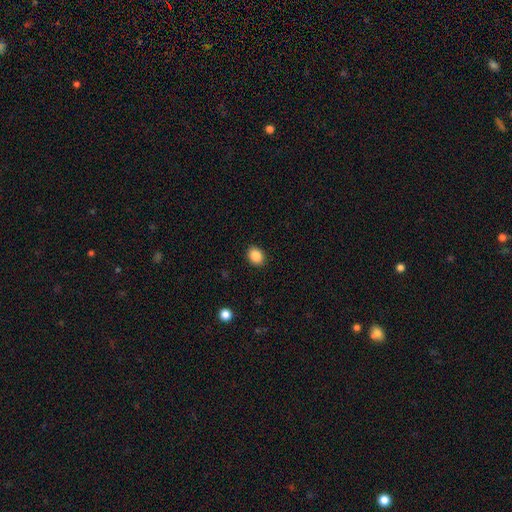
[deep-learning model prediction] This is clearly a smooth galaxy (88%). How rounded: possibly in between (54%). Merging: clearly none (89%).